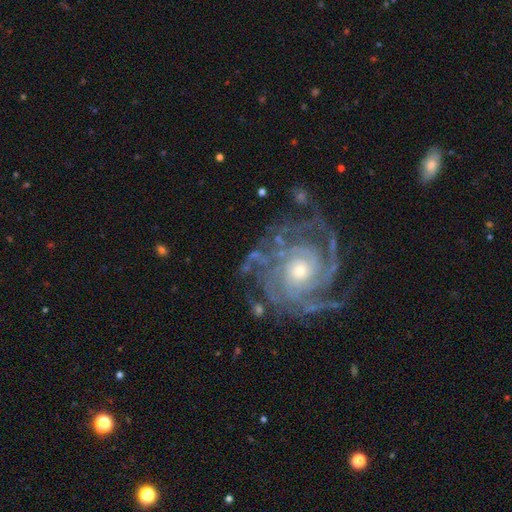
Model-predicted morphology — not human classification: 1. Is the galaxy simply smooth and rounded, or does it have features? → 89% featured or disk, 6% star or artifact, 5% smooth.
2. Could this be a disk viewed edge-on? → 97% no, 3% yes.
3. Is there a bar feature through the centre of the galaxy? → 79% no, 16% weak, 5% strong.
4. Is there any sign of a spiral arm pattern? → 97% yes, 3% no.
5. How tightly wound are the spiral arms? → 72% tight, 23% medium, 5% loose.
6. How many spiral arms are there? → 26% can't tell, 23% 4, 18% 3, 14% more than 4, 13% 2, 7% 1.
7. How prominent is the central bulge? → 54% small, 41% moderate, 3% large, 1% none, 1% dominant.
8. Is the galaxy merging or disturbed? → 68% none, 17% minor disturbance, 13% major disturbance, 2% merger.